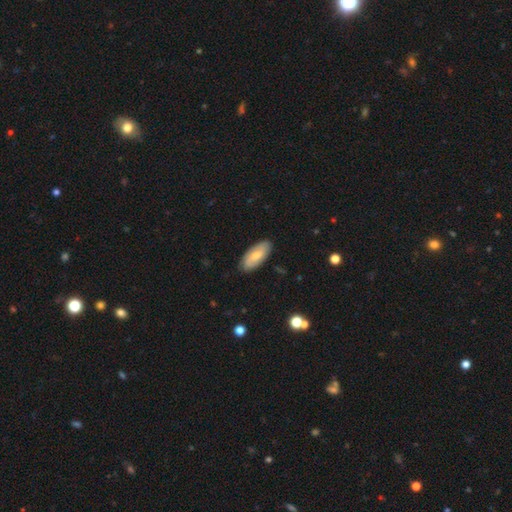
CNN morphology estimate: Smooth or featured?
  - smooth: 63% *
  - featured or disk: 31%
  - star or artifact: 6%
How rounded?
  - in between: 87% *
  - cigar-shaped: 11%
  - round: 2%
Merging?
  - none: 85% *
  - minor disturbance: 12%
  - major disturbance: 2%
  - merger: 1%